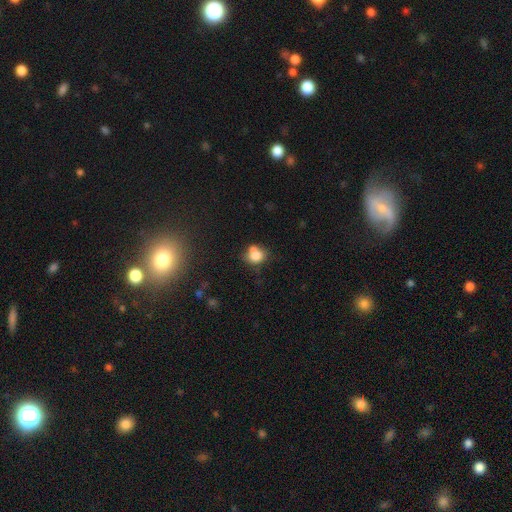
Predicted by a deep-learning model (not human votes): This appears to be a smooth galaxy with no disk features (74%) that is round (63%). Merging: none (39%).